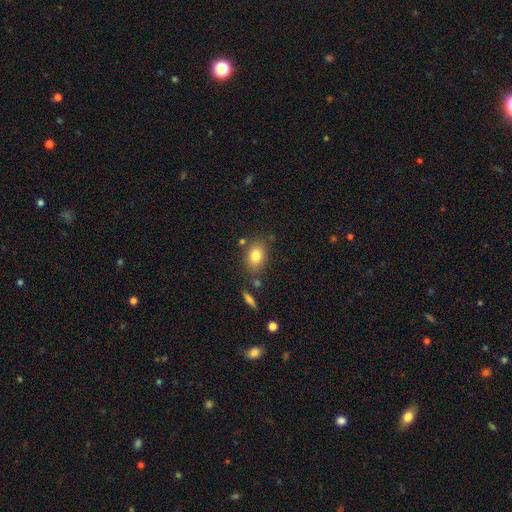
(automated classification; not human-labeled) Morphology: type=smooth (81%); roundness=in between (72%); merging=none (75%).